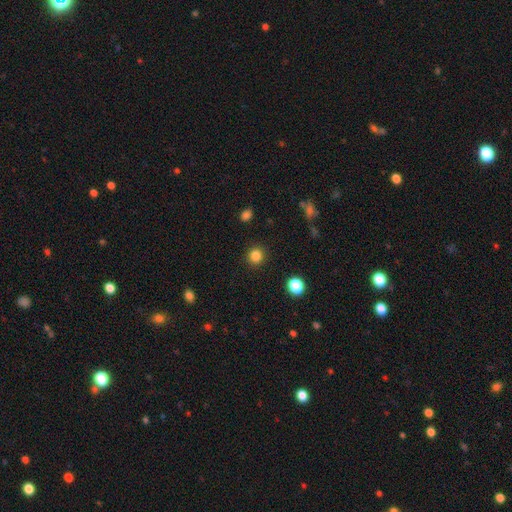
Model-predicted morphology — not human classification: A smooth galaxy with no disk features (84%) that is round (92%).

Vote fractions:
- Smooth or featured? smooth: 84% / star or artifact: 12% / featured or disk: 4%
- How rounded? round: 92% / in between: 7% / cigar-shaped: 1%
- Merging? none: 92% / minor disturbance: 5% / major disturbance: 2% / merger: 1%